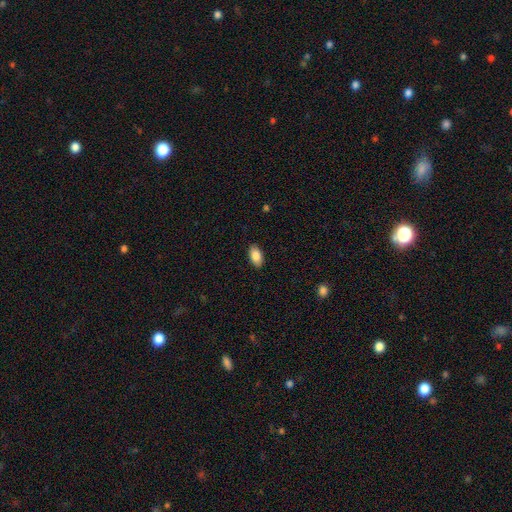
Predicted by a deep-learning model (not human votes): The model was most divided on "merging": none: 88%, minor disturbance: 9%, major disturbance: 2%, merger: 1%. More confident: how rounded — in between (93%); smooth or featured — smooth (86%).